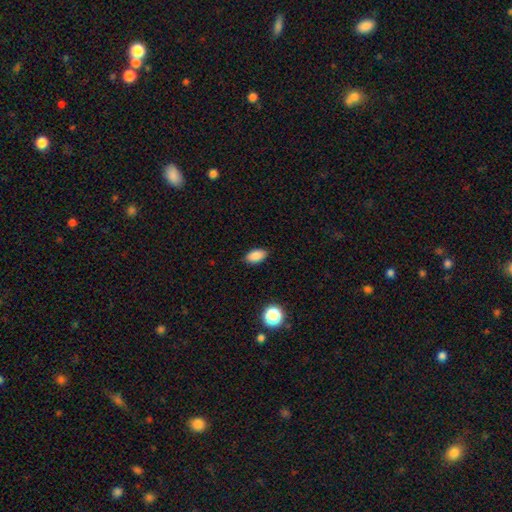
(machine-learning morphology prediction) Smooth or featured: smooth — 87% (star or artifact — 9%)
How rounded: in between — 91% (round — 7%)
Merging: none — 87% (minor disturbance — 10%)